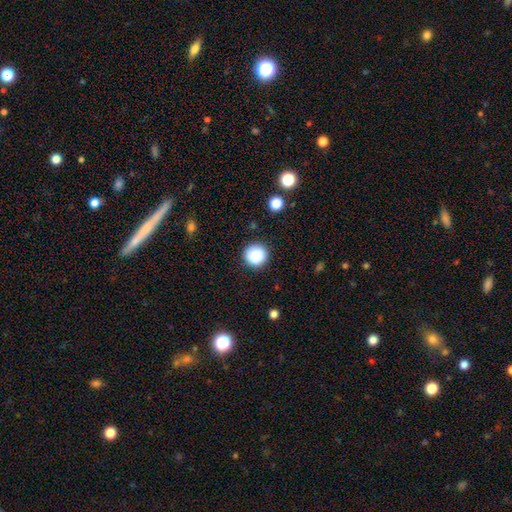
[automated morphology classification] smooth 87%, star or artifact 9%, featured or disk 4%. Down the decision tree: how rounded — round (96%); merging — none (91%).